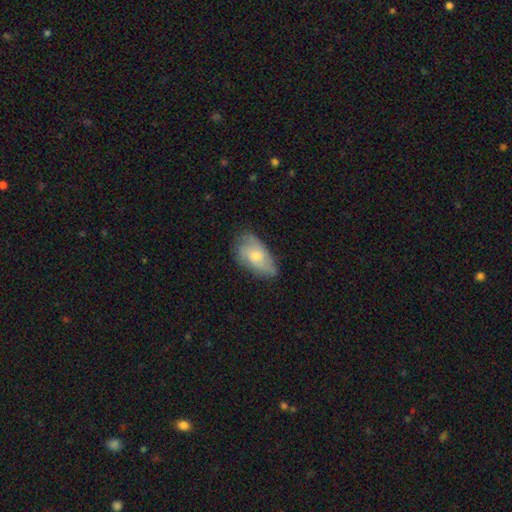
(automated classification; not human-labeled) Smooth or featured? smooth (51%)
How rounded? in between (91%)
Merging? none (63%)